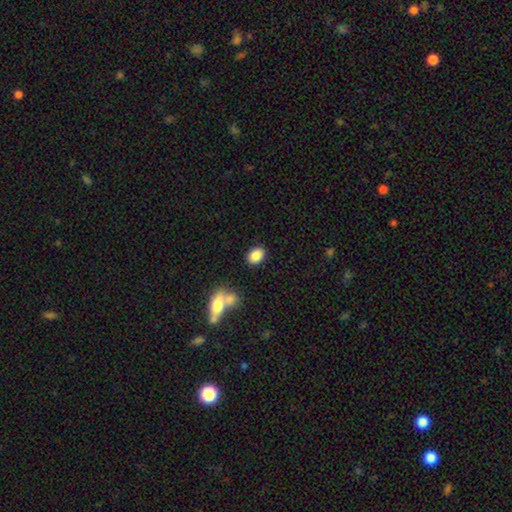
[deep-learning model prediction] smooth_or_featured: smooth (p=0.87) [alt: star or artifact p=0.08]
how_rounded: in between (p=0.73) [alt: round p=0.25]
merging: none (p=0.84) [alt: minor disturbance p=0.09]